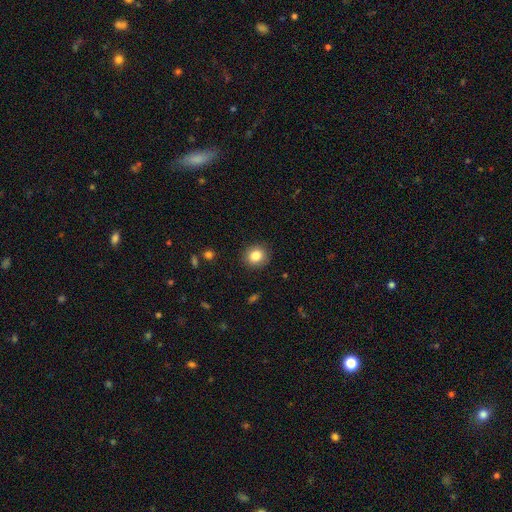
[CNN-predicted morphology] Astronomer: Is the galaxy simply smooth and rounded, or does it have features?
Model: smooth — 84%.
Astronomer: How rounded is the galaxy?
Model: round — 80%.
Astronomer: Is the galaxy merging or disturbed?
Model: none — 89%.